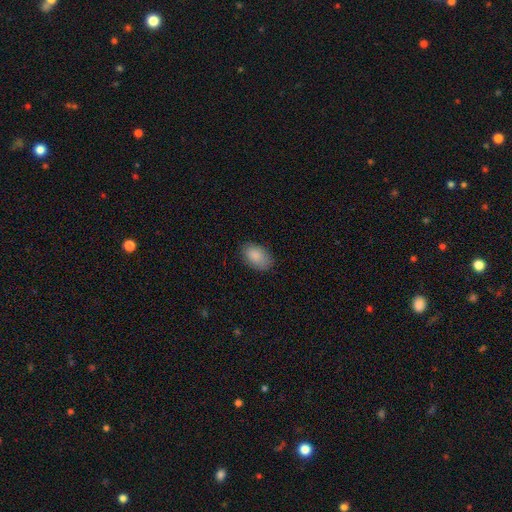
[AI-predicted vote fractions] Smooth or featured? smooth (88%)
How rounded? in between (92%)
Merging? none (83%)